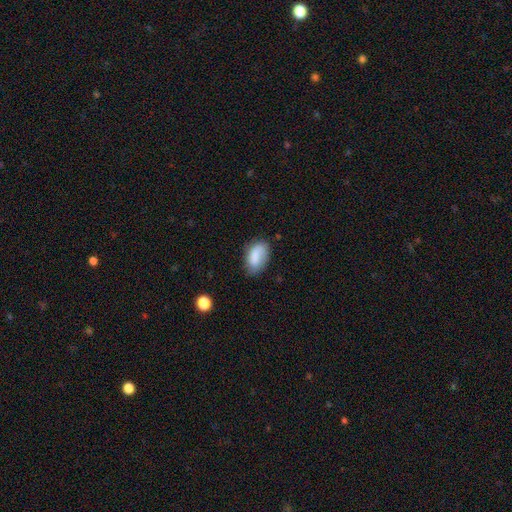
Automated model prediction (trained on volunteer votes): A smooth galaxy with no disk features (78%) that is in between round and cigar-shaped (92%). Merging: none (65%).